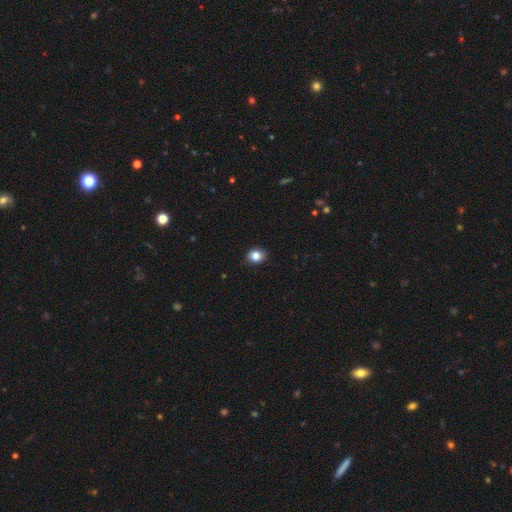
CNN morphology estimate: The model was most divided on "how rounded": round: 57%, in between: 42%, cigar-shaped: 1%. More confident: merging — none (87%); smooth or featured — smooth (84%).